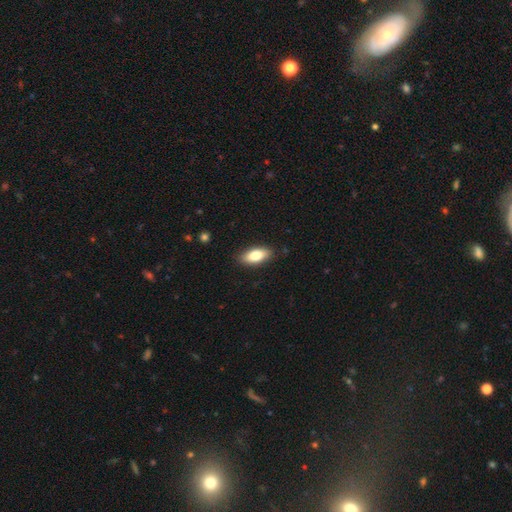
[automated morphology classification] A smooth galaxy with no disk features (79%) that is in between round and cigar-shaped (83%).

Vote fractions:
- Smooth or featured? smooth: 79% / featured or disk: 15% / star or artifact: 6%
- How rounded? in between: 83% / cigar-shaped: 14% / round: 3%
- Merging? none: 87% / minor disturbance: 10% / major disturbance: 2% / merger: 1%